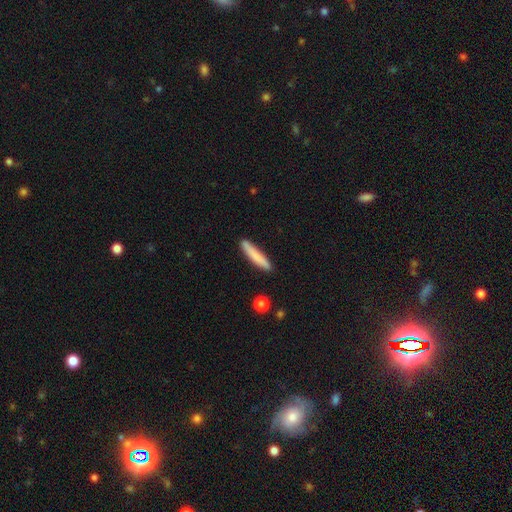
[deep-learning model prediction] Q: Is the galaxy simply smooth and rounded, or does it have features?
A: smooth — 79%.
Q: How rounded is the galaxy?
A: cigar-shaped — 91%.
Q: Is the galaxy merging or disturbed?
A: none — 85%.